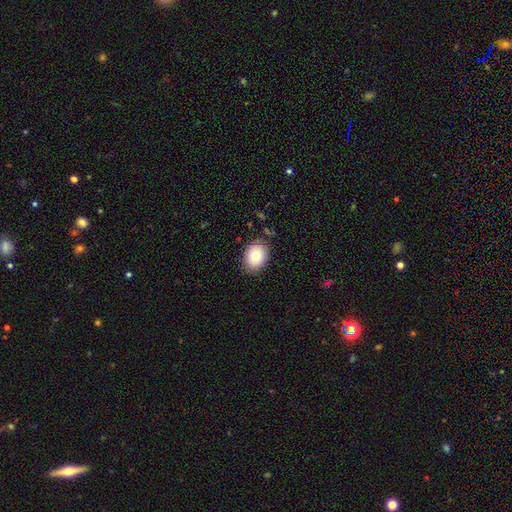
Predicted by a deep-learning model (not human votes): smooth 77%, featured or disk 14%, star or artifact 9%. Down the decision tree: how rounded — in between (64%); merging — none (84%).